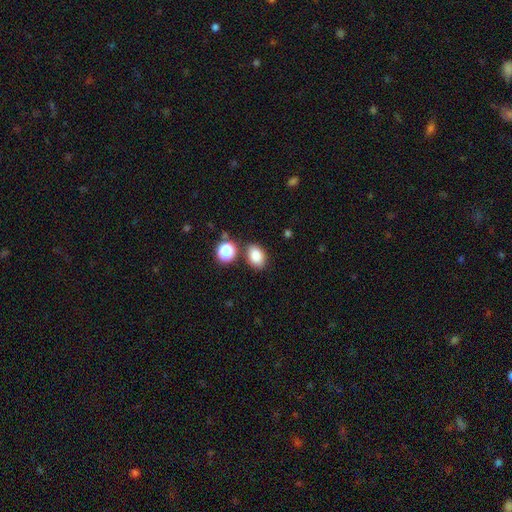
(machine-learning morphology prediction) smooth 84%, star or artifact 11%, featured or disk 6%. Down the decision tree: how rounded — in between (76%); merging — none (77%).